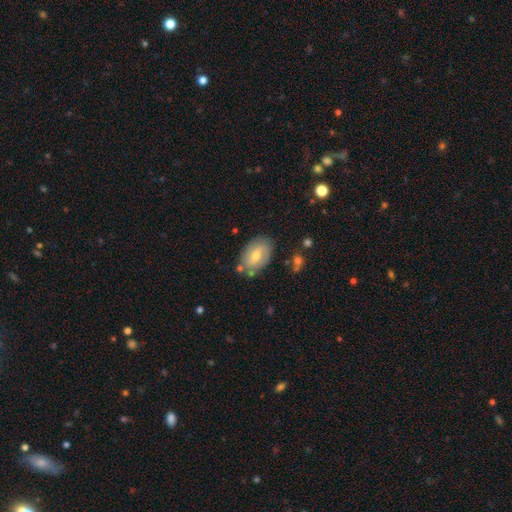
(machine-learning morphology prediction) smooth_or_featured: featured or disk (p=0.46) [alt: smooth p=0.45]
merging: none (p=0.75) [alt: minor disturbance p=0.17]